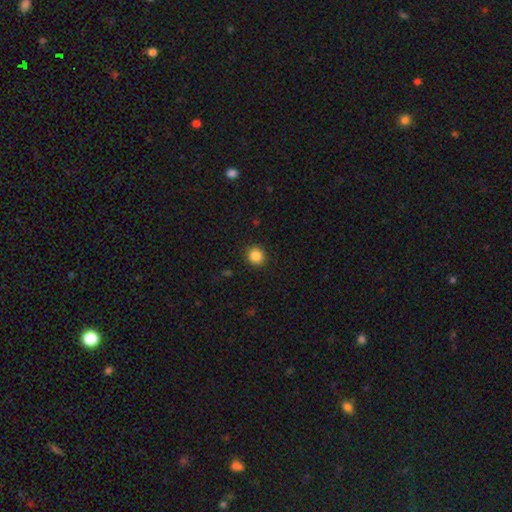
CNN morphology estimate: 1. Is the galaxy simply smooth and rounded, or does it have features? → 86% smooth, 10% star or artifact, 4% featured or disk.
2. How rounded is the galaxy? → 91% round, 8% in between, 1% cigar-shaped.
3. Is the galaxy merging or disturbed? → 91% none, 6% minor disturbance, 2% major disturbance, 1% merger.